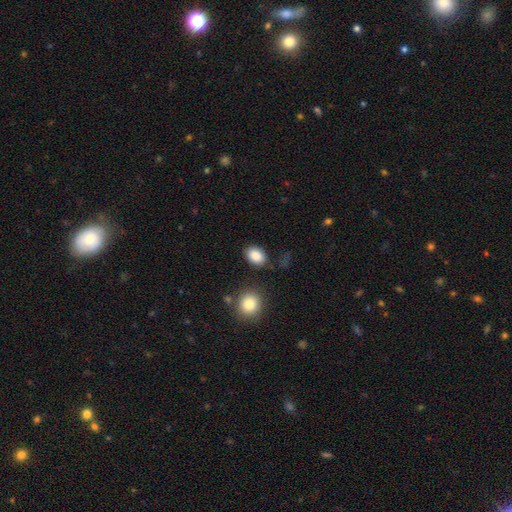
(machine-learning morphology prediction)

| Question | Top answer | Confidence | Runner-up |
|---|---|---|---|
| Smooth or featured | smooth | 88% | star or artifact (8%) |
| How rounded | in between | 73% | round (26%) |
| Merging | none | 80% | minor disturbance (12%) |